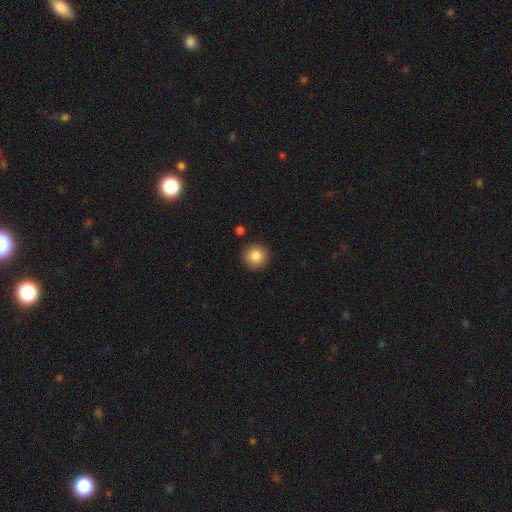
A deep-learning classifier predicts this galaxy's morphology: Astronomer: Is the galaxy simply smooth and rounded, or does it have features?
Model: smooth — 84%.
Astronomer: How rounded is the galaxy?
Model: round — 95%.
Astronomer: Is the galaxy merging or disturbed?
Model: none — 91%.